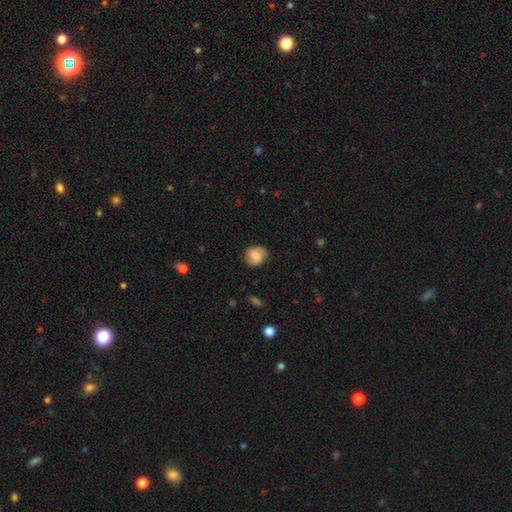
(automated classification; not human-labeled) This appears to be a smooth galaxy with no disk features (60%) that is round (72%). Merging: none (73%).